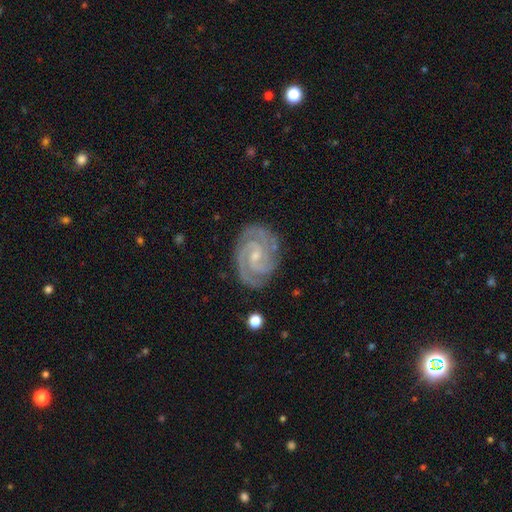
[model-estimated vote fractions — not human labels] This appears to be a featured or disk galaxy (91%) with no bar (44%, tied with weak), 2 (68%) tight (68%) spiral arms (99%) and a small central bulge (70%). Merging: none (82%).